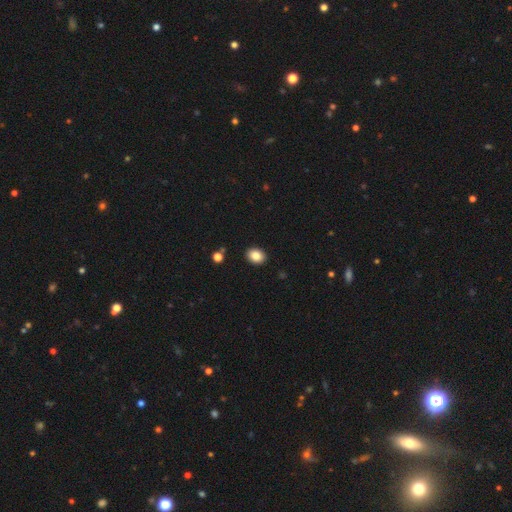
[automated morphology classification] smooth 85%, star or artifact 9%, featured or disk 6%. Down the decision tree: how rounded — in between (61%); merging — none (91%).